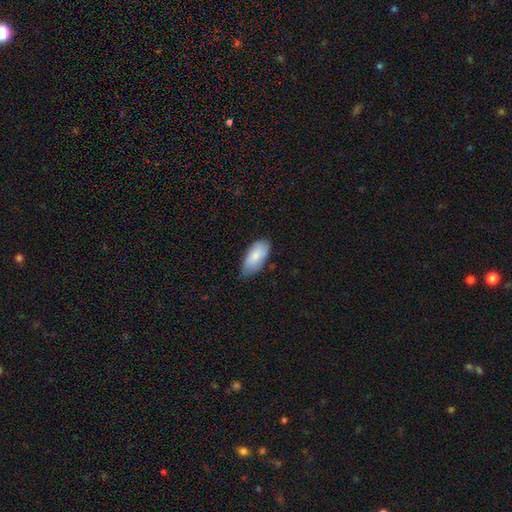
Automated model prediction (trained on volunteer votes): Smooth or featured? smooth (83%)
How rounded? in between (92%)
Merging? none (70%)